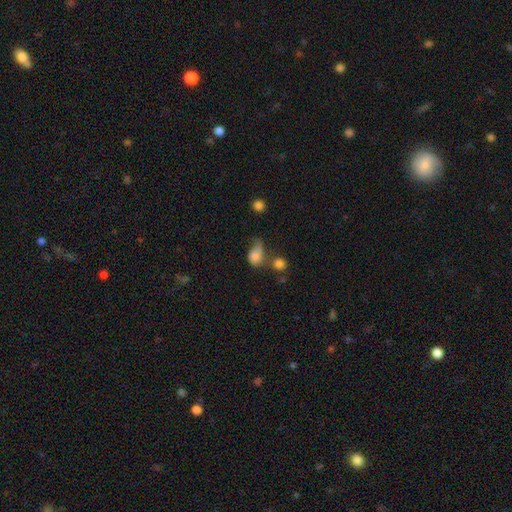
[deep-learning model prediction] A smooth galaxy with no disk features (74%) that is in between round and cigar-shaped (57%).

Vote fractions:
- Smooth or featured? smooth: 74% / featured or disk: 15% / star or artifact: 10%
- How rounded? in between: 57% / round: 41% / cigar-shaped: 2%
- Merging? major disturbance: 32% / minor disturbance: 24% / none: 22% / merger: 22%